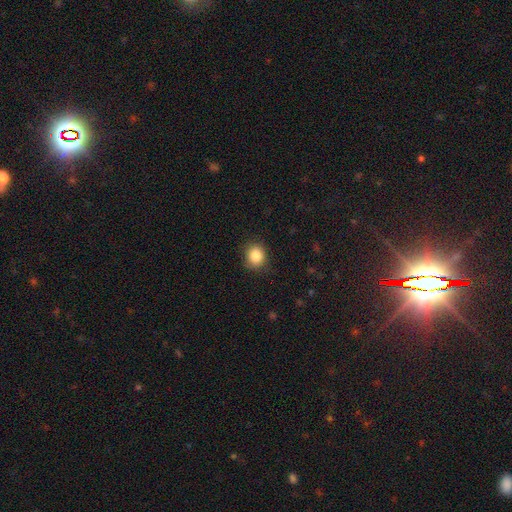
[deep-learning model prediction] Smooth or featured? Predicted: smooth (p=0.86). How rounded? Predicted: round (p=0.76). Merging? Predicted: none (p=0.85).